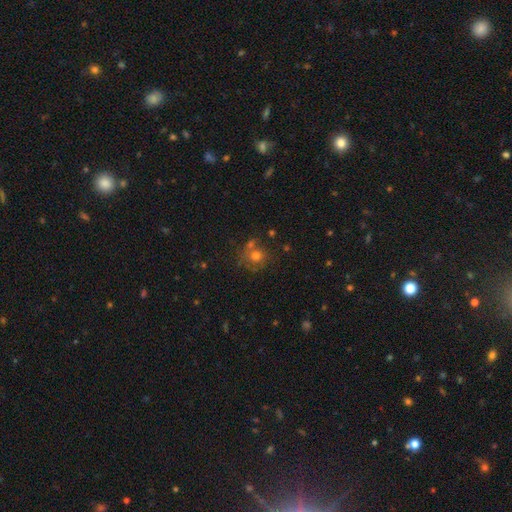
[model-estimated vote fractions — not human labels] Smooth or featured?
  - smooth: 69% *
  - featured or disk: 16%
  - star or artifact: 15%
How rounded?
  - round: 85% *
  - in between: 14%
  - cigar-shaped: 1%
Merging?
  - none: 57% *
  - merger: 21%
  - minor disturbance: 15%
  - major disturbance: 8%